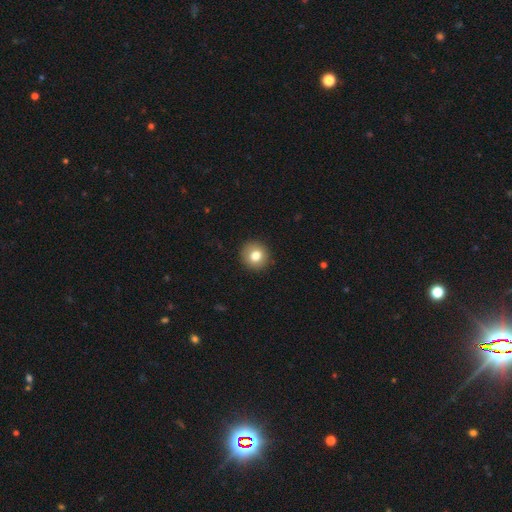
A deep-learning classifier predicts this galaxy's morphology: A smooth galaxy with no disk features (79%) that is round (92%). Merging: none (91%).